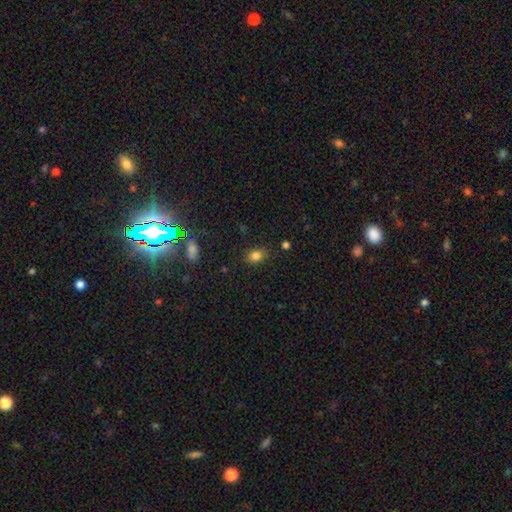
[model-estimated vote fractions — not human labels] Morphology: type=smooth (81%); roundness=in between (64%); merging=none (81%).